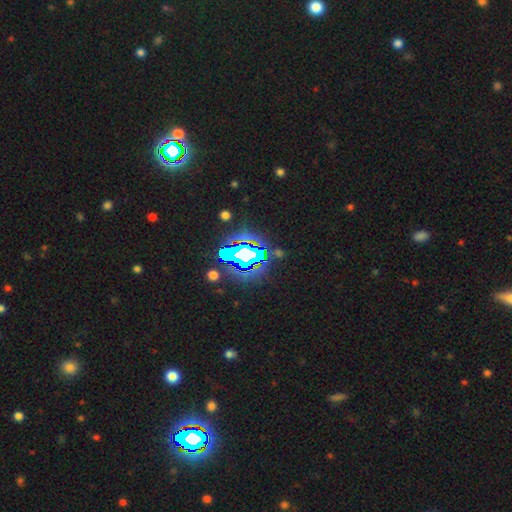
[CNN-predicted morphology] Q: Smooth or featured?
A: star or artifact (69%); runner-up: featured or disk (17%)